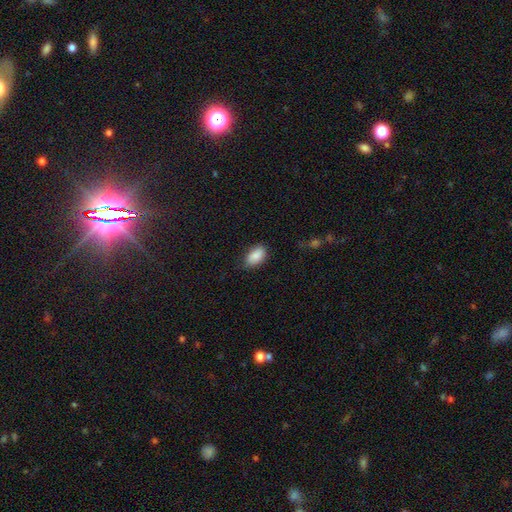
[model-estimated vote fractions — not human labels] Overall: smooth (88%). How rounded: in between (93%). Merging: none (75%).